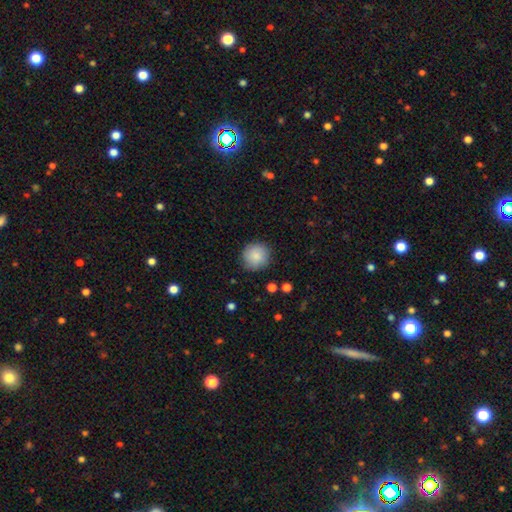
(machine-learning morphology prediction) Overall: smooth (87%). How rounded: round (93%). Merging: none (87%).